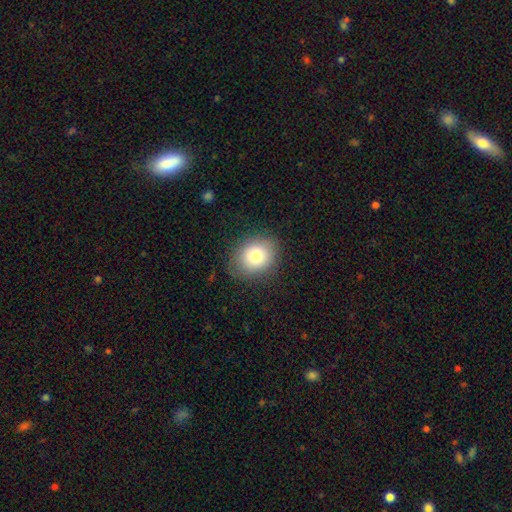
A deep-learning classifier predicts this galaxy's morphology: type=smooth (79%); roundness=round (59%); merging=none (84%).